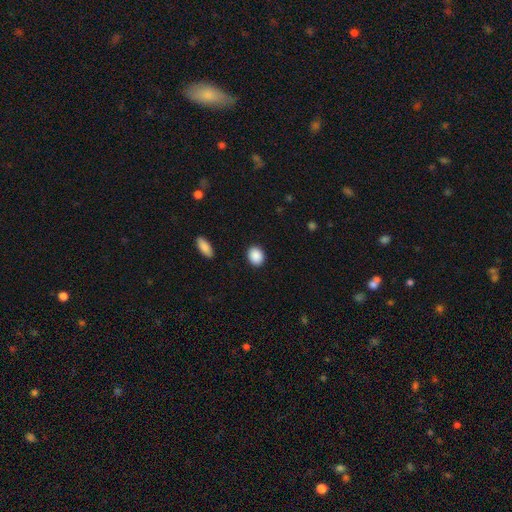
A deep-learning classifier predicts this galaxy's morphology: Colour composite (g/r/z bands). It shows a smooth galaxy with no disk features (90%) that is round (57%). Merging: none (90%).